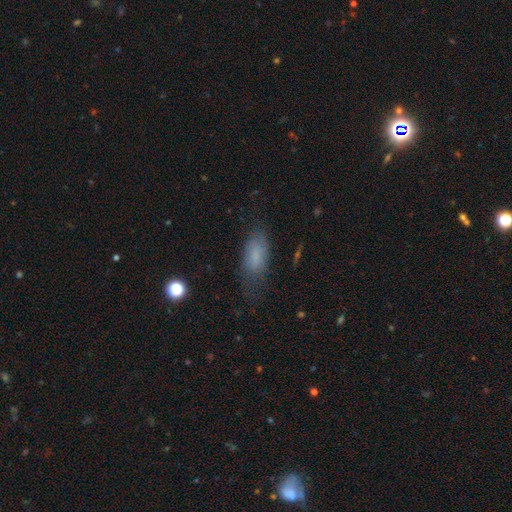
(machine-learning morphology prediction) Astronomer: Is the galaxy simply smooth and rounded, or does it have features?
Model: smooth — 73%.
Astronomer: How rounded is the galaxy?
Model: in between — 83%.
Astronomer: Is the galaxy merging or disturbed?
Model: none — 60%.